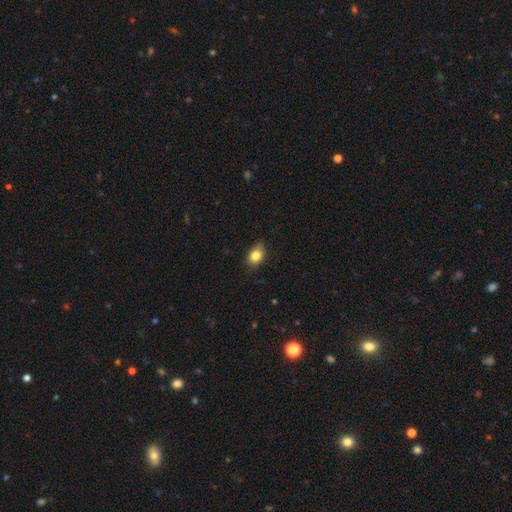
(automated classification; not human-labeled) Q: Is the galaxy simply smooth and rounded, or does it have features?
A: smooth — 83%.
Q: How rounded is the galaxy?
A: in between — 71%.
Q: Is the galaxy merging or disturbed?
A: none — 73%.